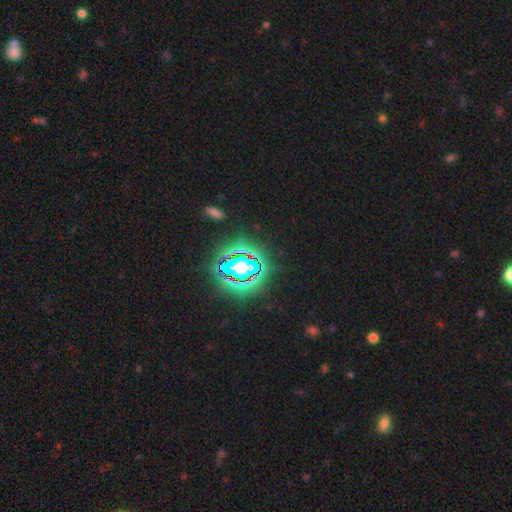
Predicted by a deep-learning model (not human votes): Smooth or featured? star or artifact (83%)